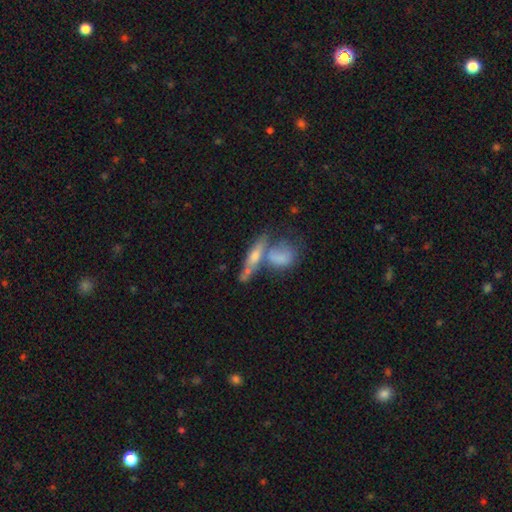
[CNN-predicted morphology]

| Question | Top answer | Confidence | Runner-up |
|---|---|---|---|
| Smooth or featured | featured or disk | 46% | smooth (44%) |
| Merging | merger | 40% | none (39%) |